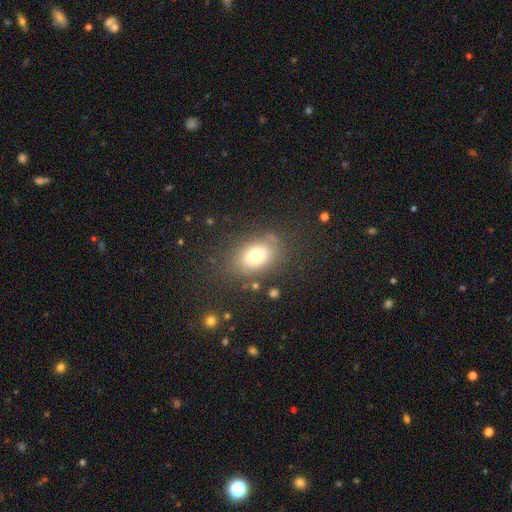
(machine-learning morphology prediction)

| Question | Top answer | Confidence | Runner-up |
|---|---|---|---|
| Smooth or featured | smooth | 74% | featured or disk (14%) |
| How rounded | in between | 82% | round (16%) |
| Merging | none | 76% | minor disturbance (14%) |